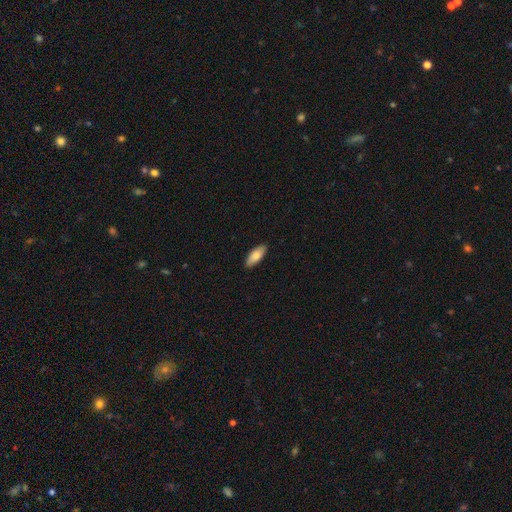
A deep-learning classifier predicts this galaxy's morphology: type=smooth (84%); roundness=in between (77%); merging=none (89%).